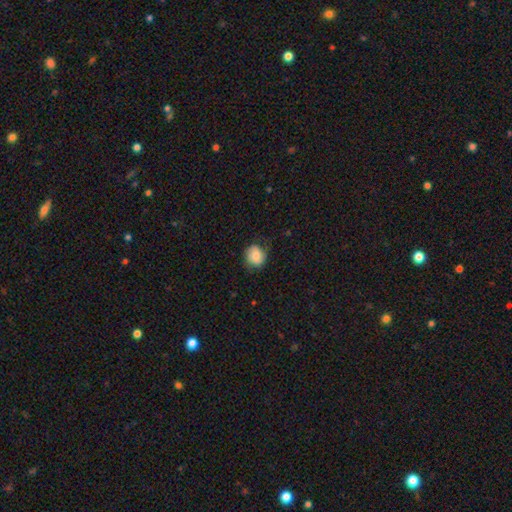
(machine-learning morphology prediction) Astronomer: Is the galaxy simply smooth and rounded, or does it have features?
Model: smooth — 77%.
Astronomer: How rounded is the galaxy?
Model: round — 74%.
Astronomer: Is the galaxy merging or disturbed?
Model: none — 70%.